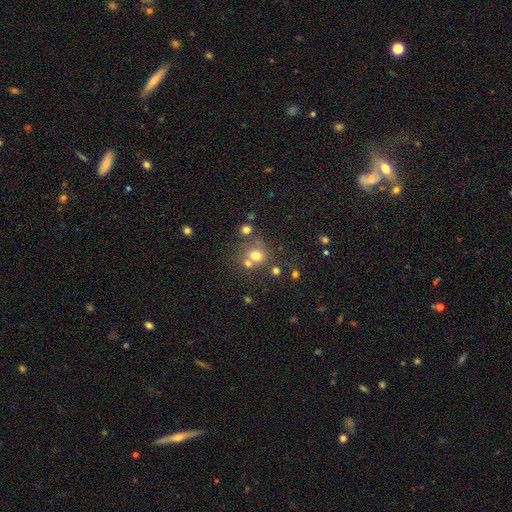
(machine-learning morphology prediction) Smooth or featured: smooth — 67% (star or artifact — 19%)
How rounded: round — 82% (in between — 17%)
Merging: none — 53% (merger — 31%)